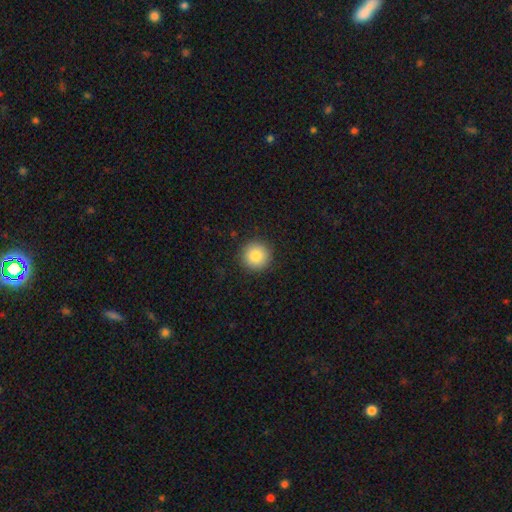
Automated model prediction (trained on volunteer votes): Q: Smooth or featured?
A: smooth (86%); runner-up: star or artifact (9%)
Q: How rounded?
A: round (96%); runner-up: in between (3%)
Q: Merging?
A: none (92%); runner-up: minor disturbance (5%)